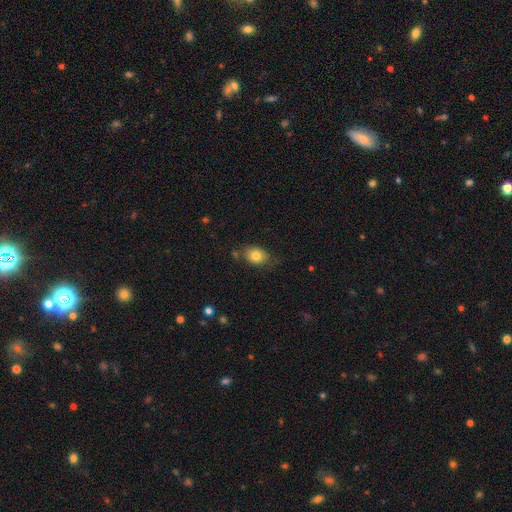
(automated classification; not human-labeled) Smooth or featured: smooth — 80% (featured or disk — 10%)
How rounded: in between — 66% (round — 33%)
Merging: none — 73% (minor disturbance — 19%)